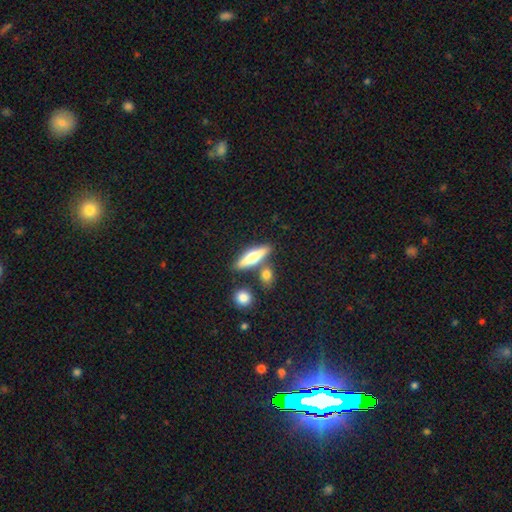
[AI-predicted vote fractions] Morphology: type=featured or disk (50%); merging=none (77%).